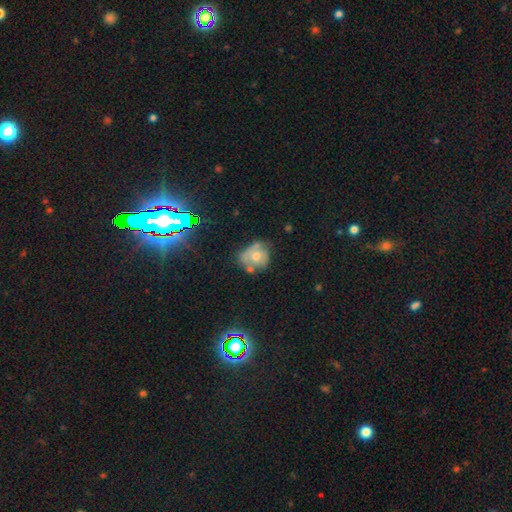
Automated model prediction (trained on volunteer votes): A smooth galaxy with no disk features (52%) that is round (64%).

Vote fractions:
- Smooth or featured? smooth: 52% / featured or disk: 36% / star or artifact: 13%
- How rounded? round: 64% / in between: 35% / cigar-shaped: 1%
- Merging? none: 40% / minor disturbance: 29% / merger: 17% / major disturbance: 14%